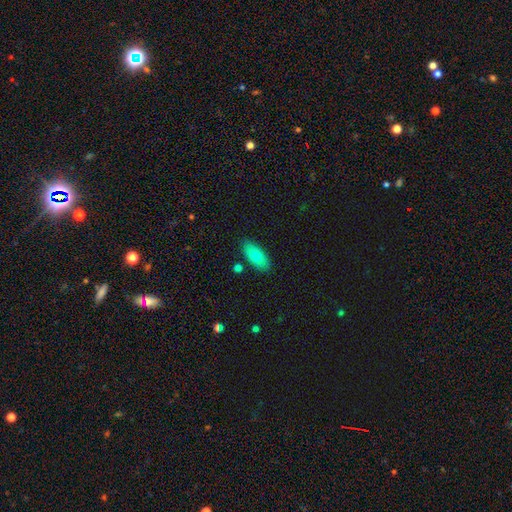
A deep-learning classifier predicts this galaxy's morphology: smooth 77%, featured or disk 17%, star or artifact 7%. Down the decision tree: how rounded — in between (87%); merging — none (85%).